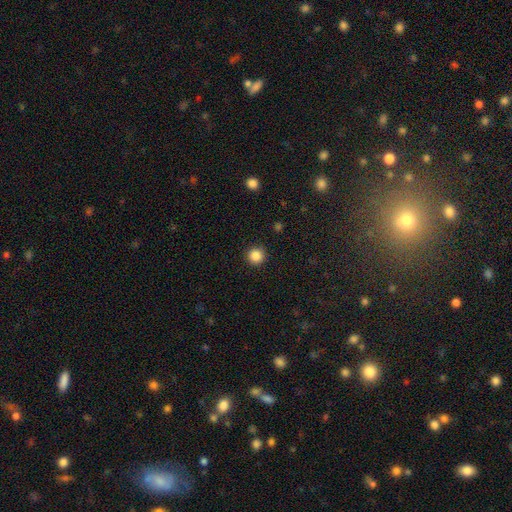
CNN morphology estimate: This is clearly a smooth galaxy (86%). How rounded: clearly round (95%). Merging: clearly none (91%).